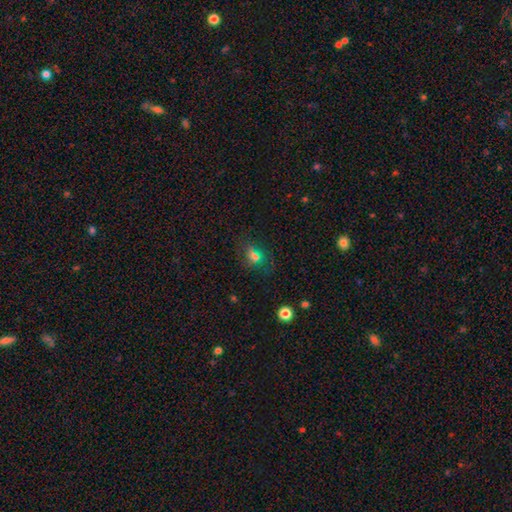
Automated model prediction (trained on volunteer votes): Q: Smooth or featured?
A: smooth (58%); runner-up: star or artifact (28%)
Q: How rounded?
A: in between (51%); runner-up: round (45%)
Q: Merging?
A: none (70%); runner-up: minor disturbance (16%)